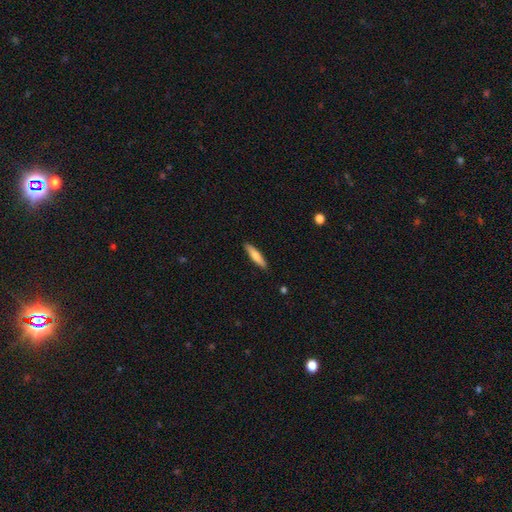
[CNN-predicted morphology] A smooth galaxy with no disk features (73%) that is cigar-shaped (81%).

Vote fractions:
- Smooth or featured? smooth: 73% / featured or disk: 22% / star or artifact: 6%
- How rounded? cigar-shaped: 81% / in between: 17% / round: 1%
- Merging? none: 89% / minor disturbance: 8% / major disturbance: 2% / merger: 1%